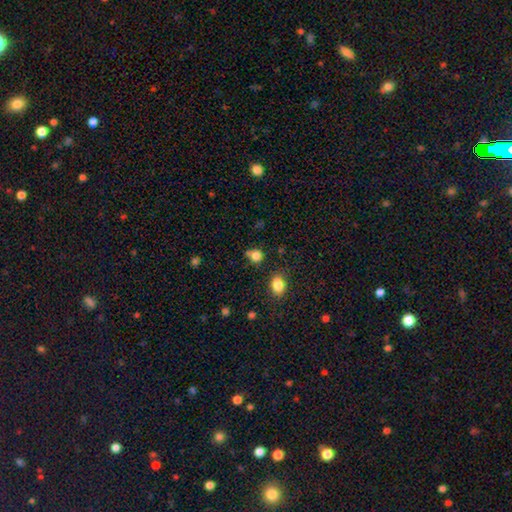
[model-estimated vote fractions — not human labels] smooth 82%, star or artifact 13%, featured or disk 6%. Down the decision tree: how rounded — round (79%); merging — none (64%).